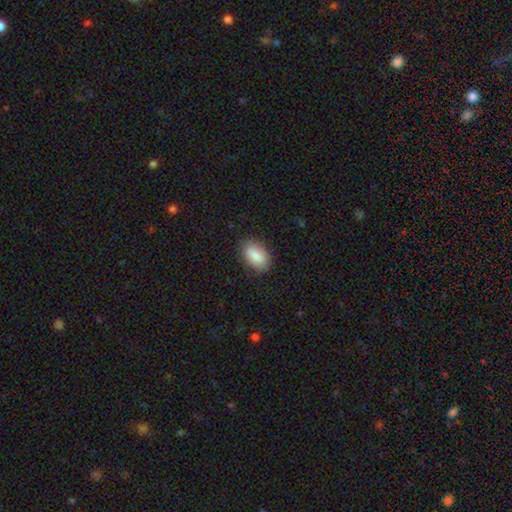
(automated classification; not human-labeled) A smooth galaxy with no disk features (86%) that is in between round and cigar-shaped (92%). Merging: none (85%).